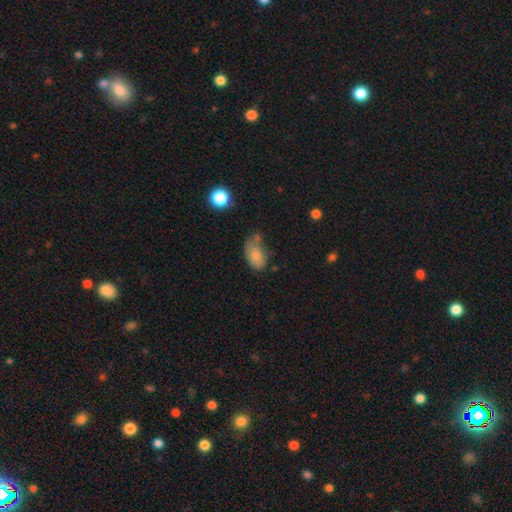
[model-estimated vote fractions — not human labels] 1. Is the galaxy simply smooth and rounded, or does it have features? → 79% smooth, 12% featured or disk, 9% star or artifact.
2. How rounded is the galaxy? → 89% in between, 9% round, 2% cigar-shaped.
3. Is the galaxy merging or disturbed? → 36% none, 34% minor disturbance, 17% major disturbance, 12% merger.